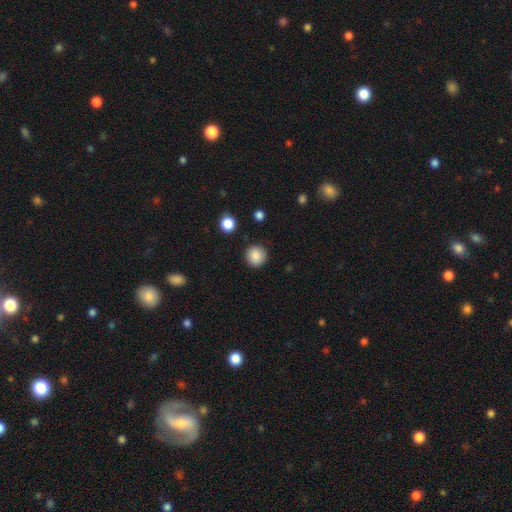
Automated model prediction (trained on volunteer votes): smooth_or_featured: smooth (p=0.87) [alt: star or artifact p=0.09]
how_rounded: round (p=0.93) [alt: in between p=0.06]
merging: none (p=0.90) [alt: minor disturbance p=0.06]